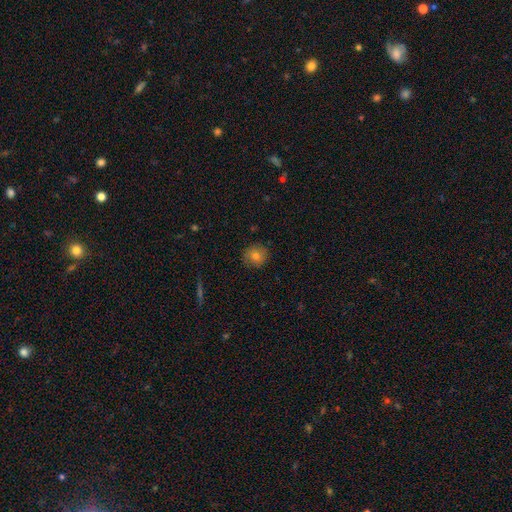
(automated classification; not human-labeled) Smooth or featured? Predicted: smooth (p=0.76). How rounded? Predicted: round (p=0.93). Merging? Predicted: none (p=0.88).